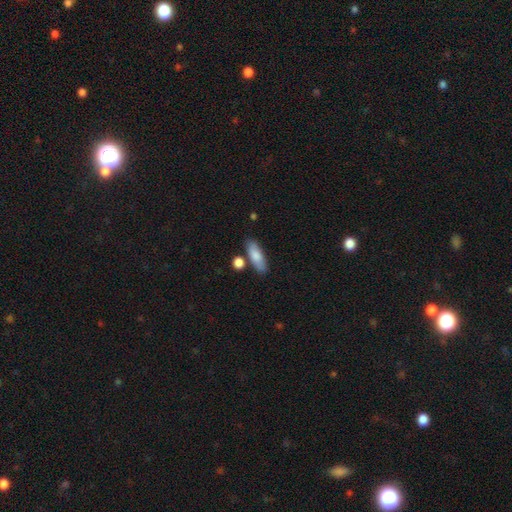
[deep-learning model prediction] smooth_or_featured: smooth (p=0.82) [alt: featured or disk p=0.12]
how_rounded: in between (p=0.64) [alt: cigar-shaped p=0.32]
merging: none (p=0.75) [alt: minor disturbance p=0.12]